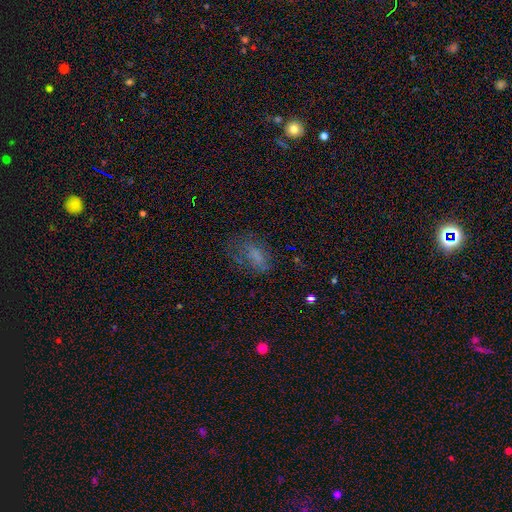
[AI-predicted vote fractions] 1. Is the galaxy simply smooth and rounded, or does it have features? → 62% smooth, 21% featured or disk, 17% star or artifact.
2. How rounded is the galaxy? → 84% in between, 9% round, 8% cigar-shaped.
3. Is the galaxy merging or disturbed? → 47% none, 26% major disturbance, 24% minor disturbance, 2% merger.